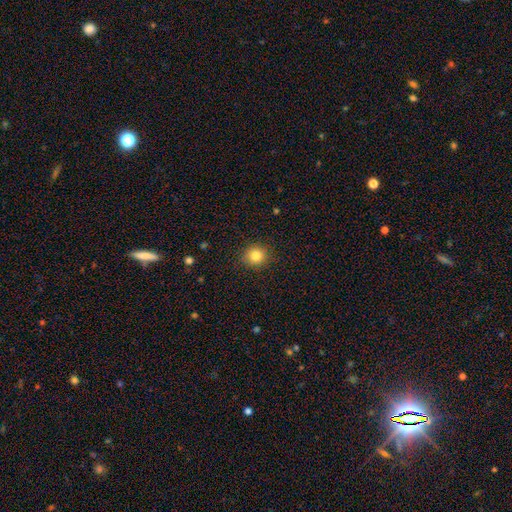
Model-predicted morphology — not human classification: type=smooth (83%); roundness=round (87%); merging=none (90%).